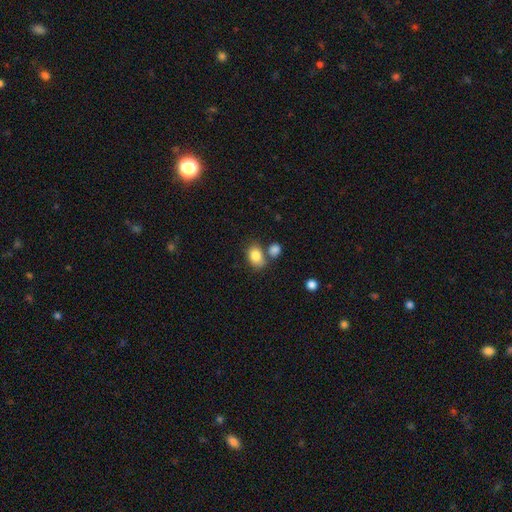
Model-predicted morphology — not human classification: Smooth or featured: smooth — 83% (star or artifact — 9%)
How rounded: in between — 71% (round — 28%)
Merging: none — 55% (merger — 25%)